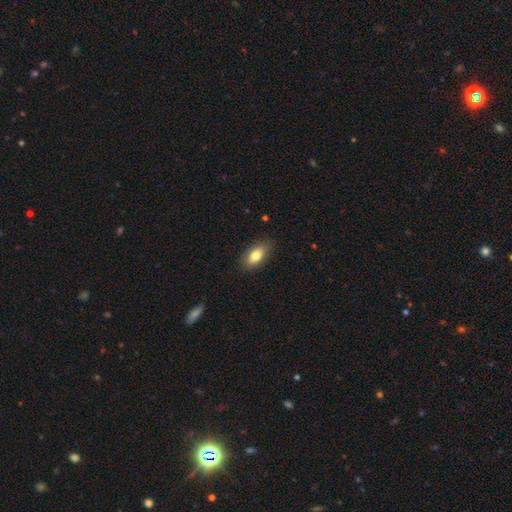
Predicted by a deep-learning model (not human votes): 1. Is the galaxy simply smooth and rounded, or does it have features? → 79% smooth, 14% featured or disk, 7% star or artifact.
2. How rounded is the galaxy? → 87% in between, 8% cigar-shaped, 5% round.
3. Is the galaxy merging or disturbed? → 84% none, 12% minor disturbance, 3% major disturbance, 1% merger.